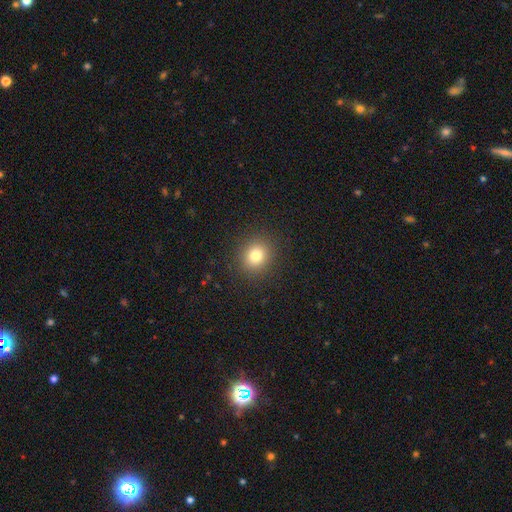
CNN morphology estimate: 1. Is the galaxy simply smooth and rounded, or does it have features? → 80% smooth, 13% star or artifact, 7% featured or disk.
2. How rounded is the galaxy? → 76% round, 23% in between, 1% cigar-shaped.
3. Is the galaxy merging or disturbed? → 90% none, 6% minor disturbance, 3% major disturbance, 1% merger.